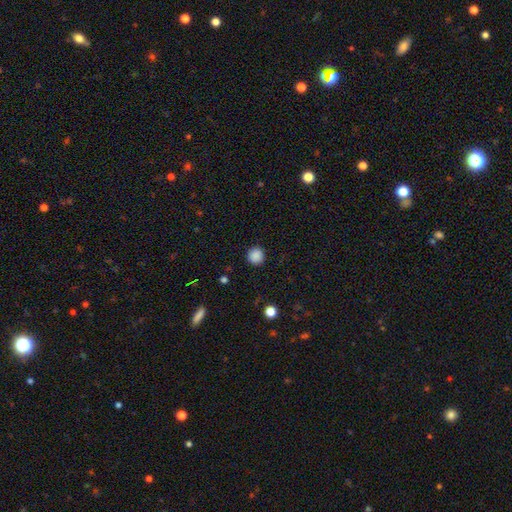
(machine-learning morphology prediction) smooth 87%, star or artifact 10%, featured or disk 3%. Down the decision tree: how rounded — round (94%); merging — none (91%).